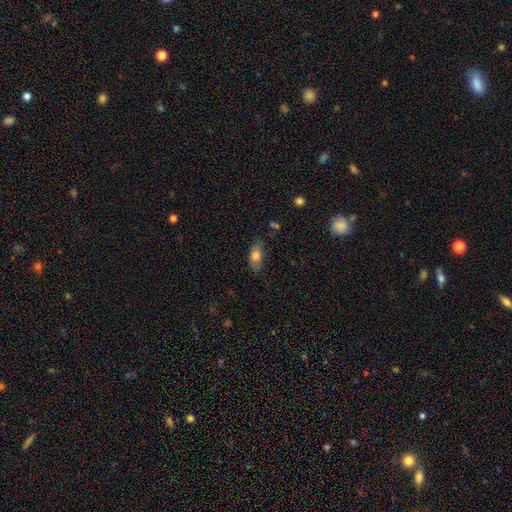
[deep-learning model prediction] smooth_or_featured: smooth (p=0.76) [alt: featured or disk p=0.16]
how_rounded: in between (p=0.83) [alt: cigar-shaped p=0.11]
merging: none (p=0.74) [alt: minor disturbance p=0.19]